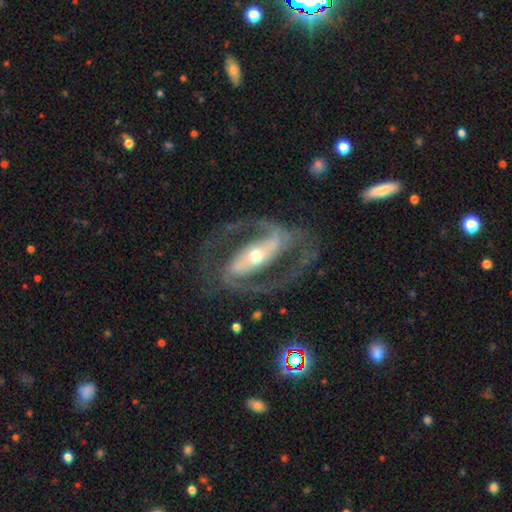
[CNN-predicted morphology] The model was most divided on "bulge size": moderate: 57%, small: 35%, large: 6%, dominant: 1%, none: 1%. More confident: spiral arms — yes (96%); edge-on disk — no (96%); spiral arm count — 2 (92%); smooth or featured — featured or disk (92%); merging — none (75%); bar — strong (62%); spiral winding — medium (58%).